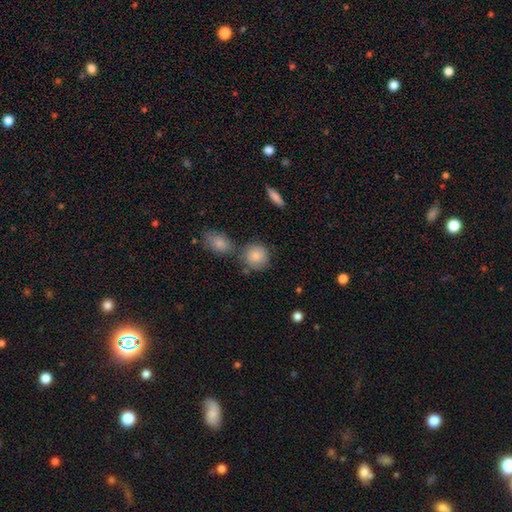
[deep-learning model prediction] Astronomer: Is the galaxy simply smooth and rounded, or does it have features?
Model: smooth — 84%.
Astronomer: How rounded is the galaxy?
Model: round — 87%.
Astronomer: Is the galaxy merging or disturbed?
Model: none — 64%.